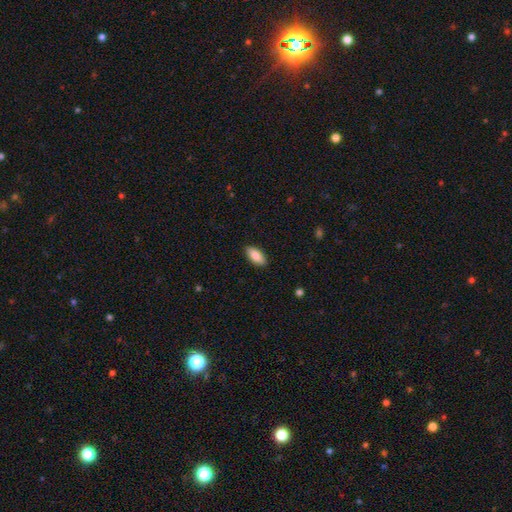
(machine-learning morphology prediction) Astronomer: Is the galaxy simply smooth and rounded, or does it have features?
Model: smooth — 87%.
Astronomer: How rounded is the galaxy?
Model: in between — 91%.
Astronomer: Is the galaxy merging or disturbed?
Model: none — 88%.